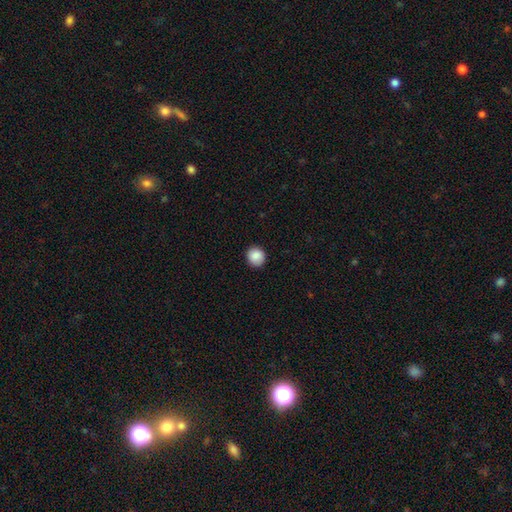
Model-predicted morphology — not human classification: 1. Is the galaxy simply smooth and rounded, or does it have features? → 87% smooth, 8% star or artifact, 4% featured or disk.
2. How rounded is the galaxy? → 88% round, 11% in between, 1% cigar-shaped.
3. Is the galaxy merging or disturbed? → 90% none, 8% minor disturbance, 2% major disturbance, 1% merger.